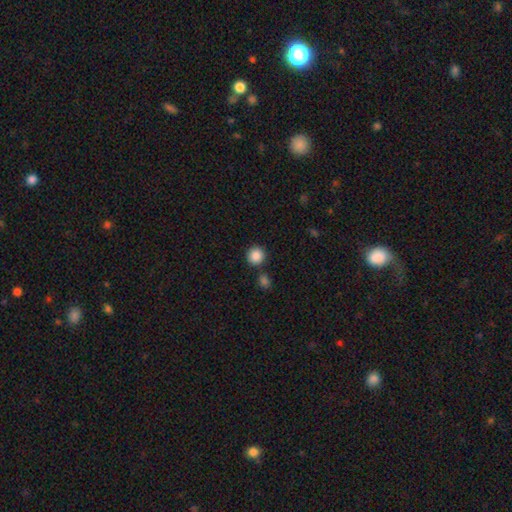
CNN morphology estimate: Q: Smooth or featured?
A: smooth (87%); runner-up: star or artifact (9%)
Q: How rounded?
A: round (94%); runner-up: in between (5%)
Q: Merging?
A: none (83%); runner-up: merger (8%)